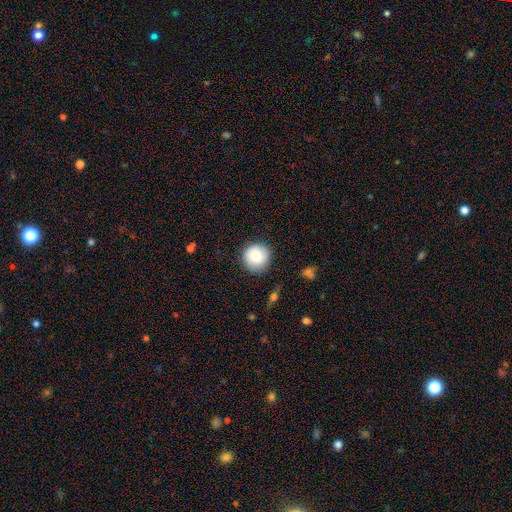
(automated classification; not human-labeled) A smooth galaxy with no disk features (81%) that is round (94%).

Vote fractions:
- Smooth or featured? smooth: 81% / featured or disk: 11% / star or artifact: 8%
- How rounded? round: 94% / in between: 5% / cigar-shaped: 1%
- Merging? none: 85% / minor disturbance: 11% / major disturbance: 3% / merger: 1%